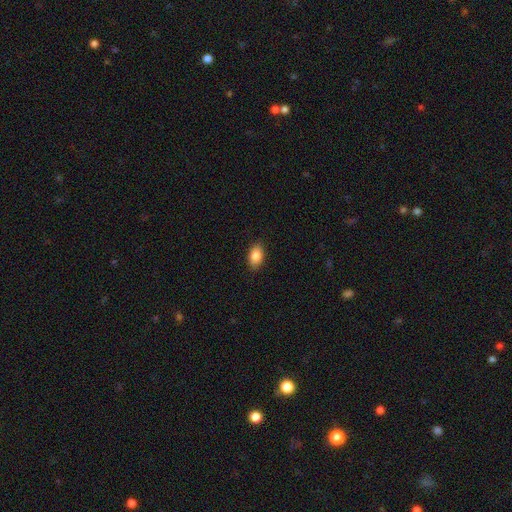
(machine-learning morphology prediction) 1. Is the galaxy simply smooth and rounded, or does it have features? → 86% smooth, 8% star or artifact, 7% featured or disk.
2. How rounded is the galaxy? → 90% in between, 8% round, 2% cigar-shaped.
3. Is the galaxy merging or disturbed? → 89% none, 9% minor disturbance, 2% major disturbance, 1% merger.